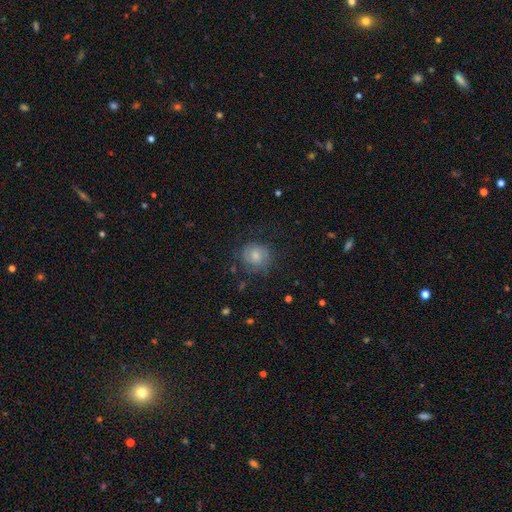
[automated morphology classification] smooth-or-featured: smooth: 65% | featured or disk: 27% | star or artifact: 9%
  how-rounded: round: 85% | in between: 14% | cigar-shaped: 1%
  merging: none: 69% | minor disturbance: 20% | major disturbance: 10% | merger: 1%